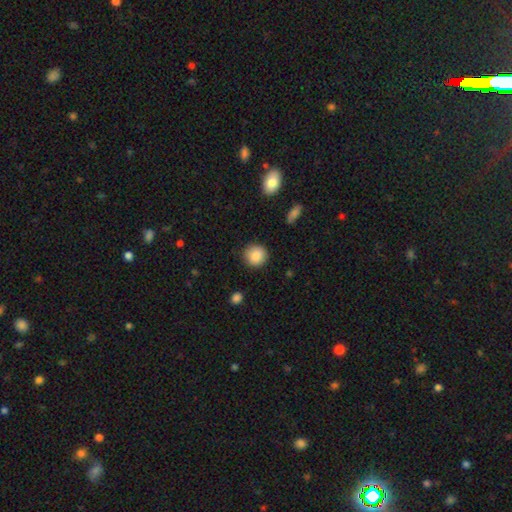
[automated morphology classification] Smooth or featured?
  - smooth: 88% *
  - star or artifact: 8%
  - featured or disk: 4%
How rounded?
  - round: 91% *
  - in between: 8%
  - cigar-shaped: 1%
Merging?
  - none: 89% *
  - minor disturbance: 8%
  - major disturbance: 2%
  - merger: 1%